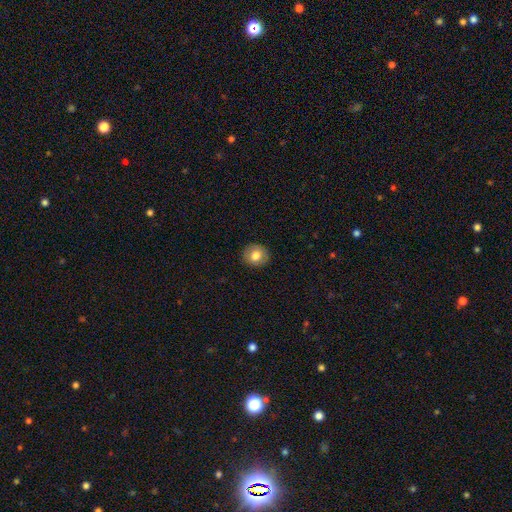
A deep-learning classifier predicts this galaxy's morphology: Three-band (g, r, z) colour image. It shows a smooth galaxy with no disk features (79%) that is round (83%). Merging: none (91%).